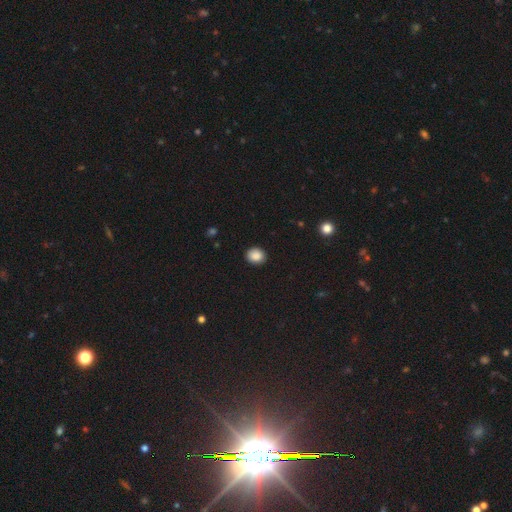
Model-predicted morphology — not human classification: smooth-or-featured: smooth: 88% | star or artifact: 9% | featured or disk: 3%
  how-rounded: round: 67% | in between: 32% | cigar-shaped: 1%
  merging: none: 90% | minor disturbance: 7% | major disturbance: 2% | merger: 1%